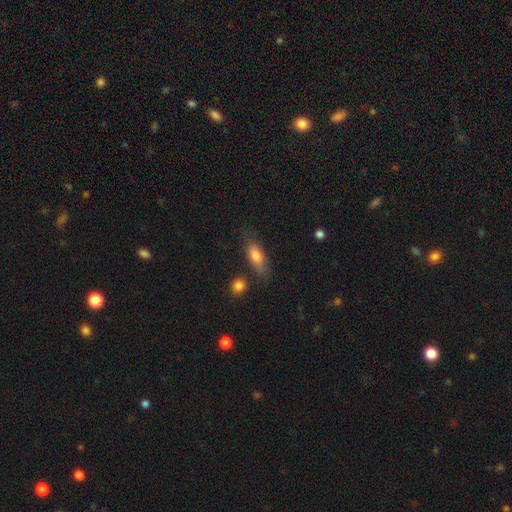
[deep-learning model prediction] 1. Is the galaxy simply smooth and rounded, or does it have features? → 74% smooth, 18% featured or disk, 7% star or artifact.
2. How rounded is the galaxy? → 65% in between, 32% cigar-shaped, 3% round.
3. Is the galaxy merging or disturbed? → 65% none, 21% minor disturbance, 8% major disturbance, 6% merger.